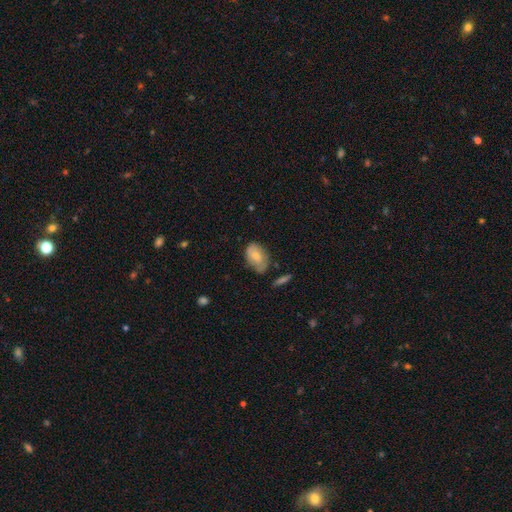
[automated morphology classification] Smooth or featured? Predicted: smooth (p=0.71). How rounded? Predicted: in between (p=0.90). Merging? Predicted: none (p=0.59).